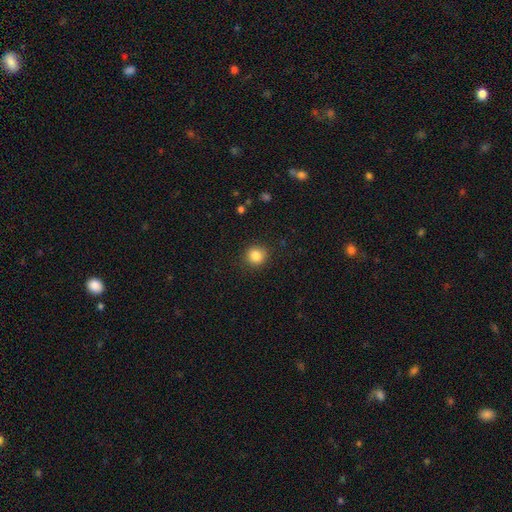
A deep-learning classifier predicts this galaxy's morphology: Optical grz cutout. It shows a smooth galaxy with no disk features (85%) that is round (90%). Merging: none (89%).